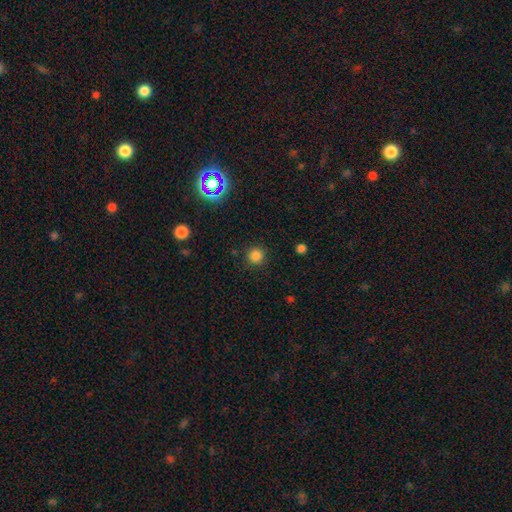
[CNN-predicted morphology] type=smooth (82%); roundness=round (95%); merging=none (89%).